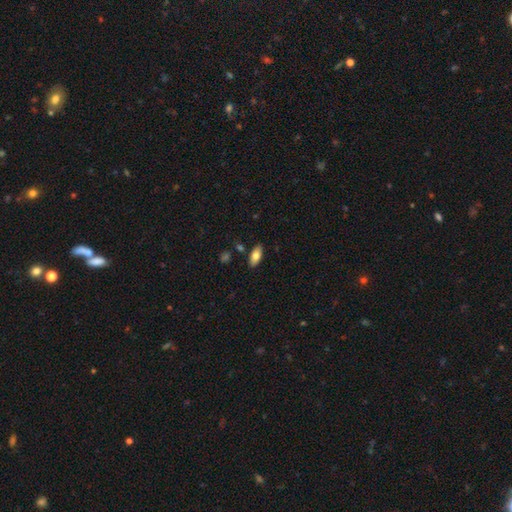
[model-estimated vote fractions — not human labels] This appears to be a smooth galaxy with no disk features (77%) that is in between round and cigar-shaped (87%). Merging: none (86%).